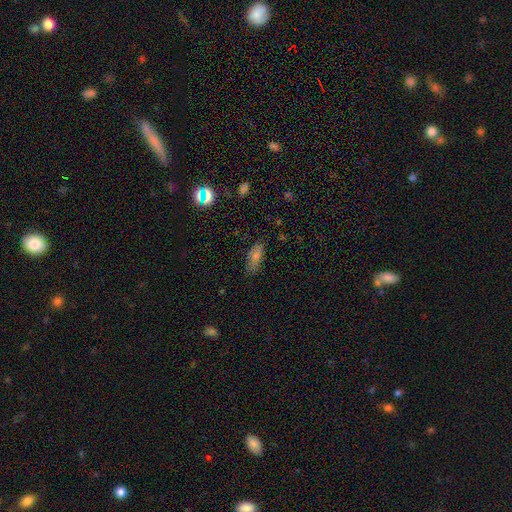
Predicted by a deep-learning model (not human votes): The model was most divided on "smooth or featured": smooth: 59%, featured or disk: 22%, star or artifact: 19%. More confident: merging — none (79%); how rounded — in between (73%).